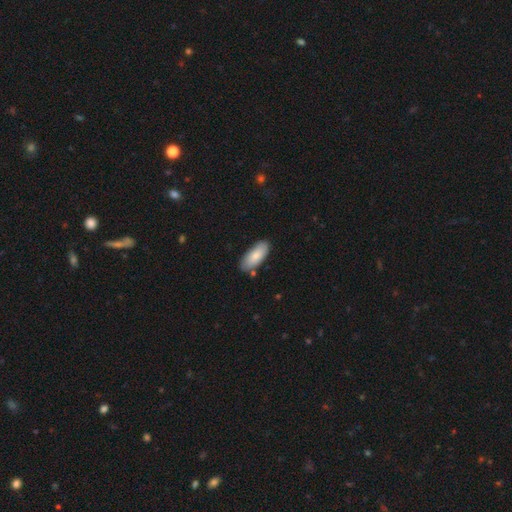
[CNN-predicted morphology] Smooth or featured?
  - smooth: 82% *
  - featured or disk: 12%
  - star or artifact: 5%
How rounded?
  - in between: 85% *
  - cigar-shaped: 13%
  - round: 2%
Merging?
  - none: 80% *
  - minor disturbance: 14%
  - merger: 3%
  - major disturbance: 2%